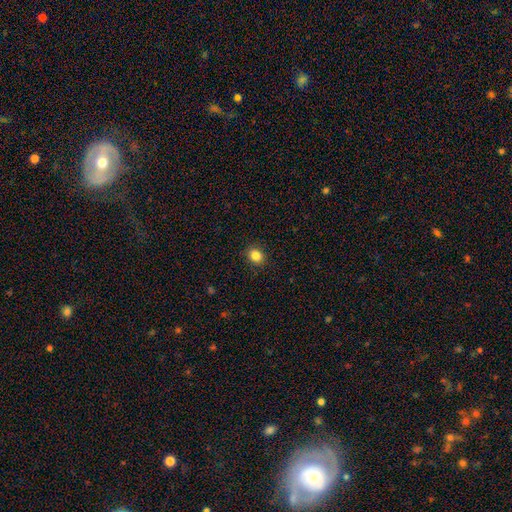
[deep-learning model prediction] smooth_or_featured: smooth (p=0.85) [alt: star or artifact p=0.11]
how_rounded: round (p=0.71) [alt: in between p=0.28]
merging: none (p=0.90) [alt: minor disturbance p=0.07]